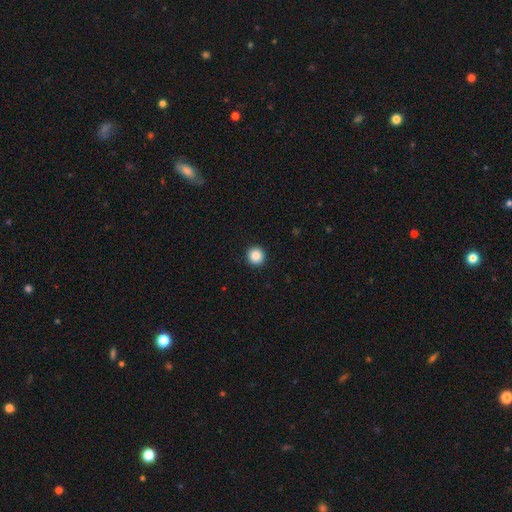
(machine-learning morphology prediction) smooth-or-featured: smooth: 87% | star or artifact: 9% | featured or disk: 3%
  how-rounded: round: 96% | in between: 3% | cigar-shaped: 1%
  merging: none: 94% | minor disturbance: 4% | major disturbance: 1% | merger: 1%